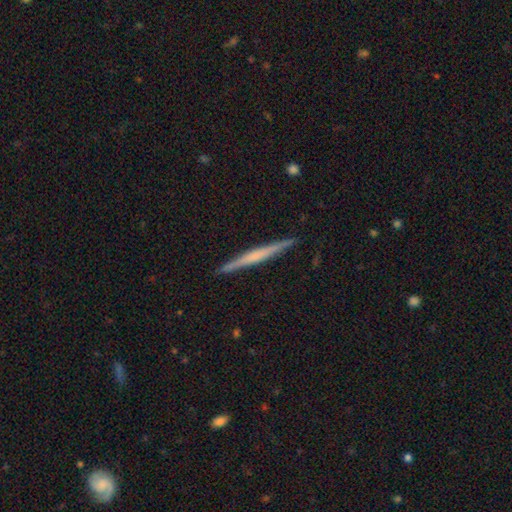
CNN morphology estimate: smooth_or_featured: featured or disk (p=0.61) [alt: smooth p=0.33]
disk_edge_on: yes (p=0.98) [alt: no p=0.02]
edge_on_bulge: none (p=0.58) [alt: rounded p=0.27]
merging: none (p=0.92) [alt: minor disturbance p=0.06]